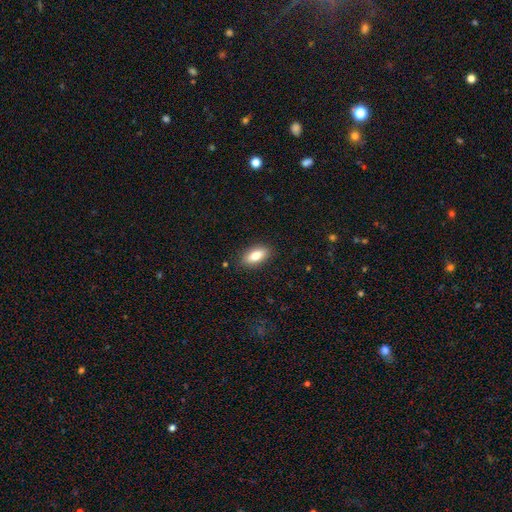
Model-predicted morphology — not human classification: smooth_or_featured: smooth (p=0.79) [alt: featured or disk p=0.14]
how_rounded: in between (p=0.87) [alt: cigar-shaped p=0.09]
merging: none (p=0.87) [alt: minor disturbance p=0.09]